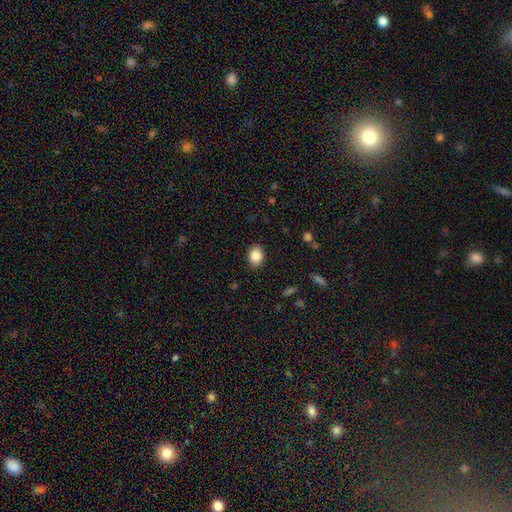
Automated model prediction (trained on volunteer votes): smooth_or_featured: smooth (p=0.86) [alt: star or artifact p=0.09]
how_rounded: in between (p=0.64) [alt: round p=0.35]
merging: none (p=0.88) [alt: minor disturbance p=0.09]